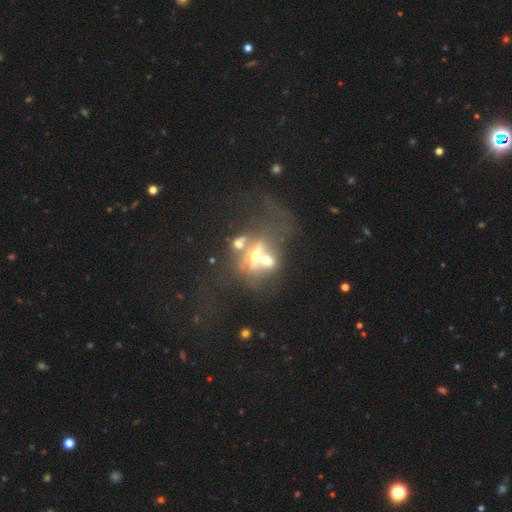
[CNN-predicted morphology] The model was most divided on "smooth or featured": featured or disk: 55%, smooth: 29%, star or artifact: 16%. More confident: edge-on disk — no (64%); merging — merger (60%).